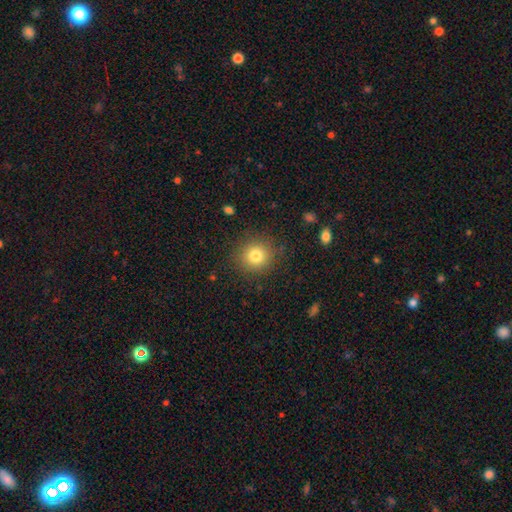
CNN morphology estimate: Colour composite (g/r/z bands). It shows a smooth galaxy with no disk features (80%) that is round (91%). Merging: none (88%).